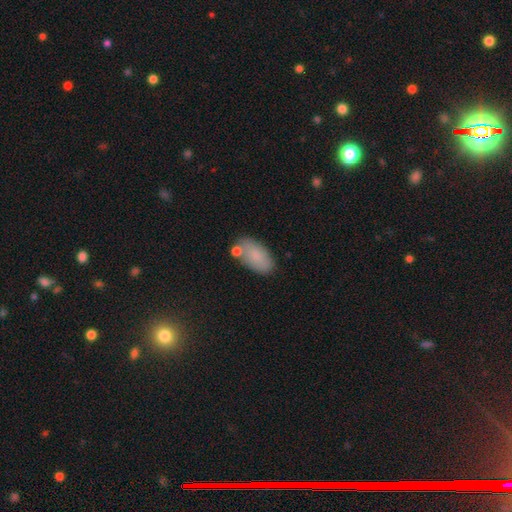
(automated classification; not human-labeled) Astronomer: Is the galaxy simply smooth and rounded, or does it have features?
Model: smooth — 81%.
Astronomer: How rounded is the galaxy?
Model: in between — 94%.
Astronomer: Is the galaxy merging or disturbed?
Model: none — 68%.